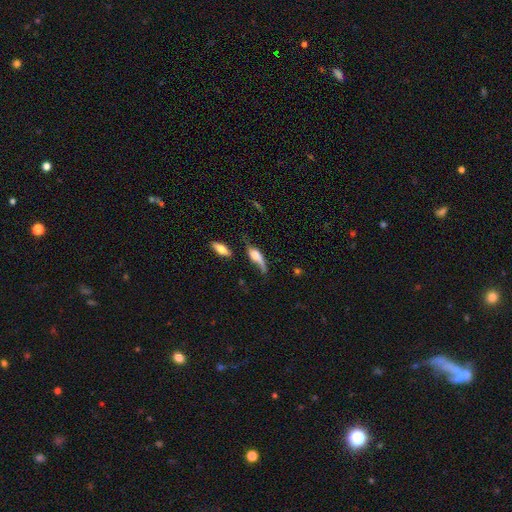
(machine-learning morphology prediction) type=smooth (46%); merging=major disturbance (38%).